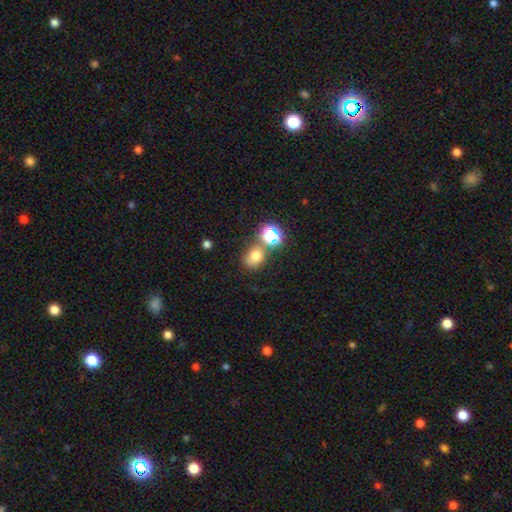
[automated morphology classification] A smooth galaxy with no disk features (69%) that is round (60%). Merging: none (61%).